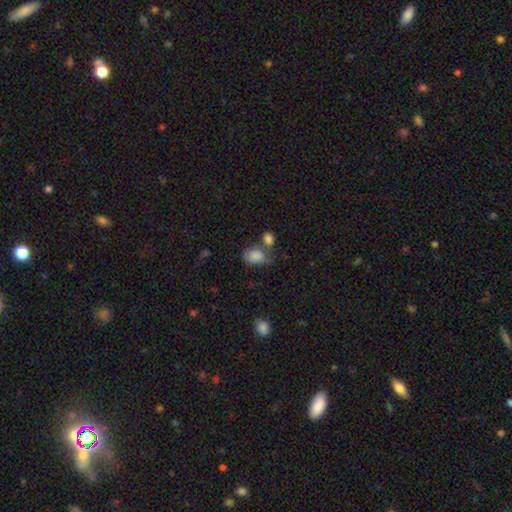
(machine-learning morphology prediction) A smooth galaxy with no disk features (82%) that is in between round and cigar-shaped (76%).

Vote fractions:
- Smooth or featured? smooth: 82% / featured or disk: 10% / star or artifact: 9%
- How rounded? in between: 76% / round: 22% / cigar-shaped: 1%
- Merging? none: 35% / merger: 33% / minor disturbance: 21% / major disturbance: 11%